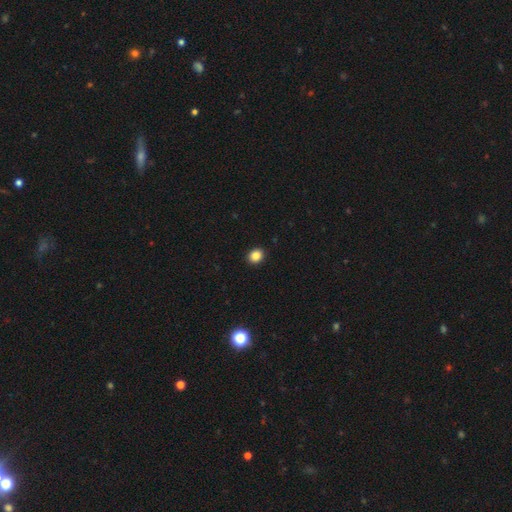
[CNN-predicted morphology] The model was most divided on "how rounded": round: 66%, in between: 33%, cigar-shaped: 1%. More confident: merging — none (92%); smooth or featured — smooth (86%).